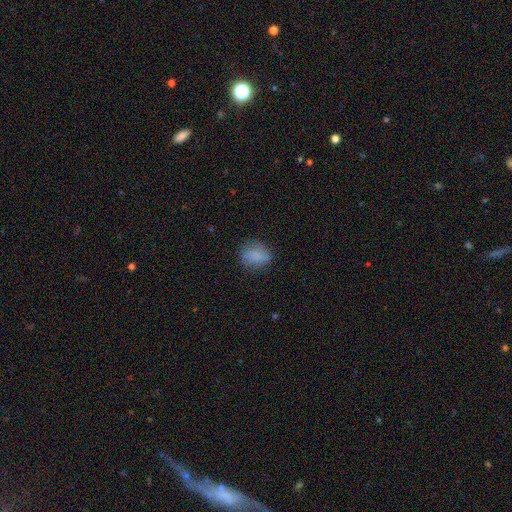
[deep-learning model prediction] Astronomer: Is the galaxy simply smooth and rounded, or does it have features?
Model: smooth — 81%.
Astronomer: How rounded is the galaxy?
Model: round — 54% (runner-up: in between, 44%).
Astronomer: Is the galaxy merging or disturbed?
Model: none — 76%.